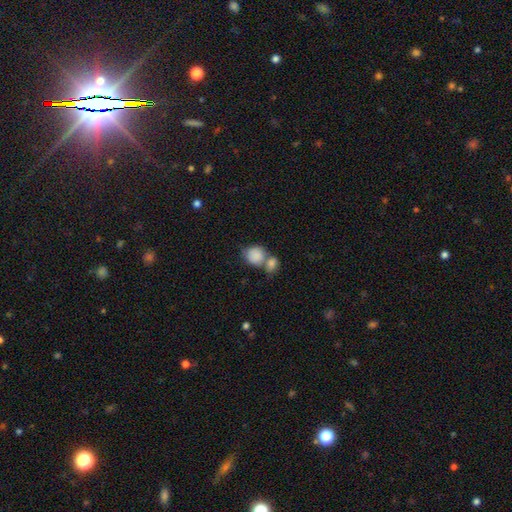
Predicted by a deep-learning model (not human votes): A smooth galaxy with no disk features (85%) that is round (69%). Merging: merger (56%).